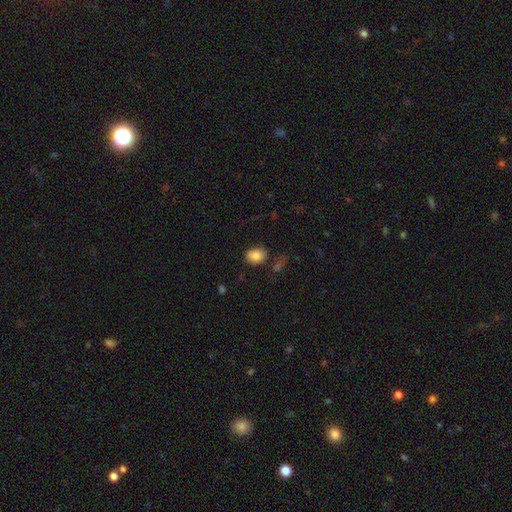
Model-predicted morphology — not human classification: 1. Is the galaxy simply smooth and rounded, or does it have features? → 84% smooth, 9% star or artifact, 7% featured or disk.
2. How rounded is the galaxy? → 62% in between, 37% round, 1% cigar-shaped.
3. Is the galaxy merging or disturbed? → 77% none, 14% minor disturbance, 5% merger, 4% major disturbance.